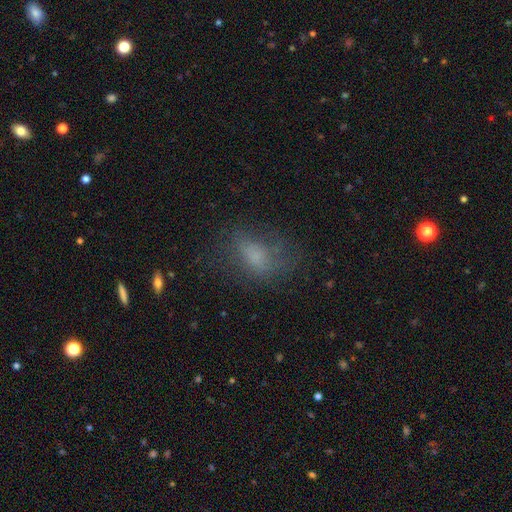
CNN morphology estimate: Smooth or featured? smooth (61%)
How rounded? in between (80%)
Merging? none (53%)